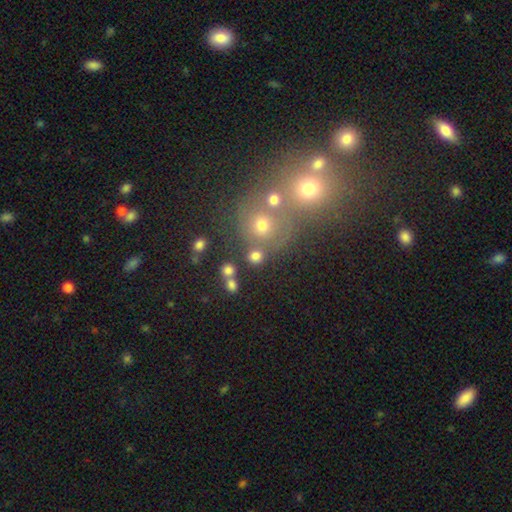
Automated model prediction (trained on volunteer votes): A smooth galaxy with no disk features (66%) that is round (82%). Merging: none (62%).